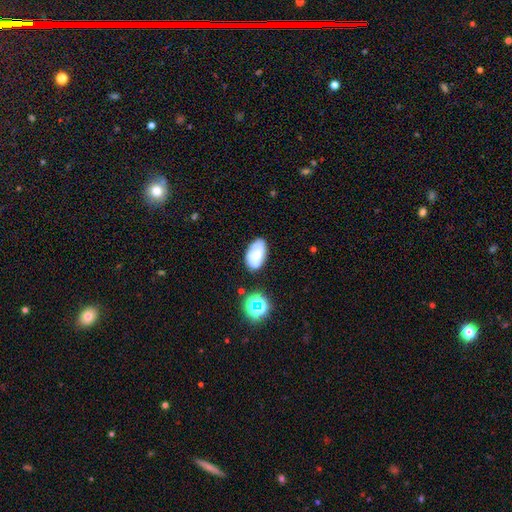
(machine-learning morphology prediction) Smooth or featured? Predicted: smooth (p=0.53). How rounded? Predicted: in between (p=0.92). Merging? Predicted: none (p=0.60).